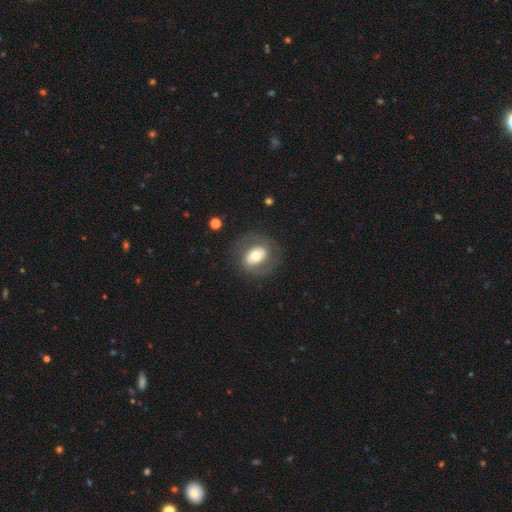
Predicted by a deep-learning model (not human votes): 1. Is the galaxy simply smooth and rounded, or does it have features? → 49% featured or disk, 44% smooth, 7% star or artifact.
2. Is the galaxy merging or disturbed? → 73% none, 14% minor disturbance, 11% major disturbance, 1% merger.